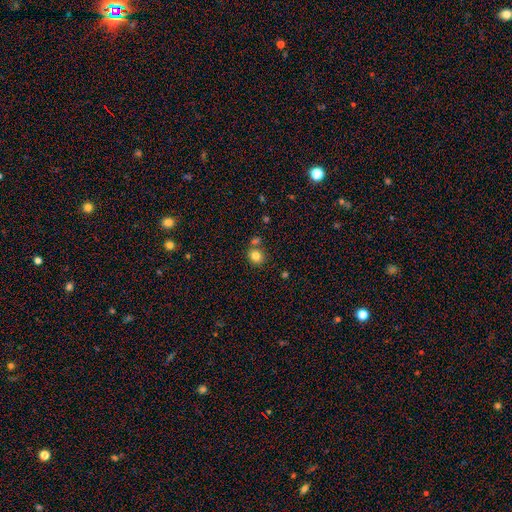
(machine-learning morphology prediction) Smooth or featured? smooth (82%)
How rounded? round (77%)
Merging? none (69%)